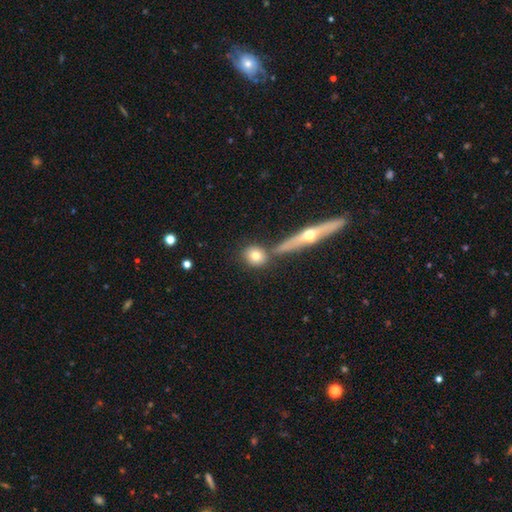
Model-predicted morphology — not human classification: A smooth galaxy with no disk features (75%) that is round (72%). Merging: none (69%).